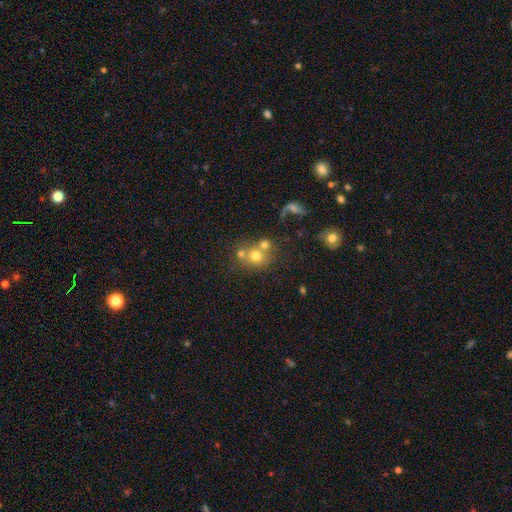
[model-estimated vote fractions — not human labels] The model was most divided on "merging": none: 45%, merger: 38%, minor disturbance: 10%, major disturbance: 7%. More confident: how rounded — round (77%); smooth or featured — smooth (66%).